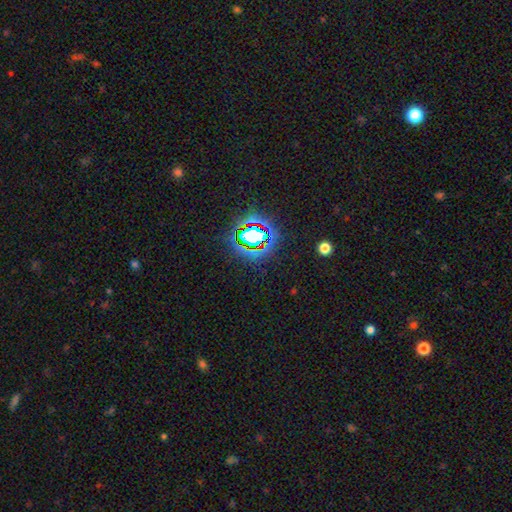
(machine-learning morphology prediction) smooth-or-featured: star or artifact: 77% | smooth: 14% | featured or disk: 9%